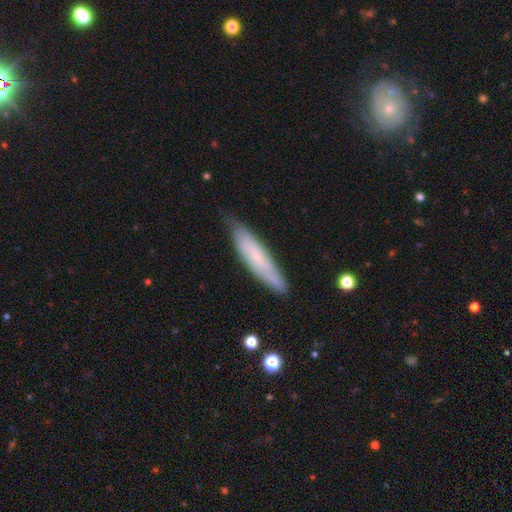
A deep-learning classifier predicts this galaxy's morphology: Smooth or featured: smooth — 57% (featured or disk — 36%)
How rounded: cigar-shaped — 81% (in between — 17%)
Merging: none — 78% (minor disturbance — 18%)